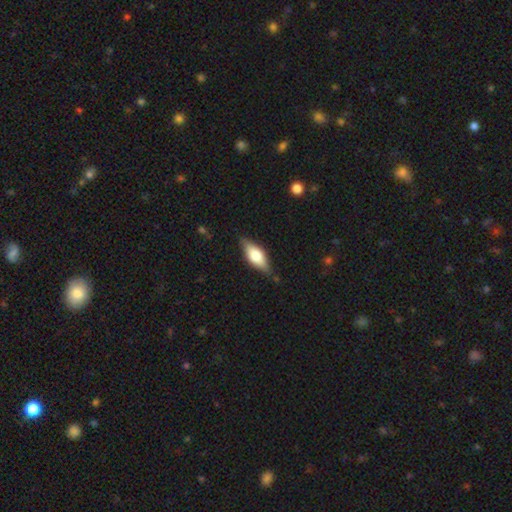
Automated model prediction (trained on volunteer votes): A smooth galaxy with no disk features (60%) that is in between round and cigar-shaped (74%). Merging: none (80%).